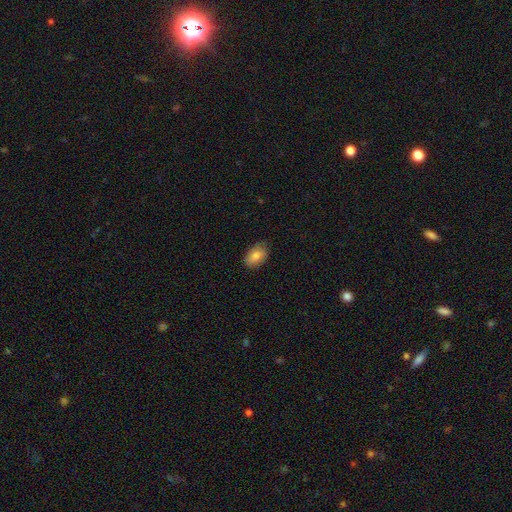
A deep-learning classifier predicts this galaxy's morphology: Q: Smooth or featured?
A: smooth (81%); runner-up: featured or disk (11%)
Q: How rounded?
A: in between (88%); runner-up: round (10%)
Q: Merging?
A: none (78%); runner-up: minor disturbance (18%)